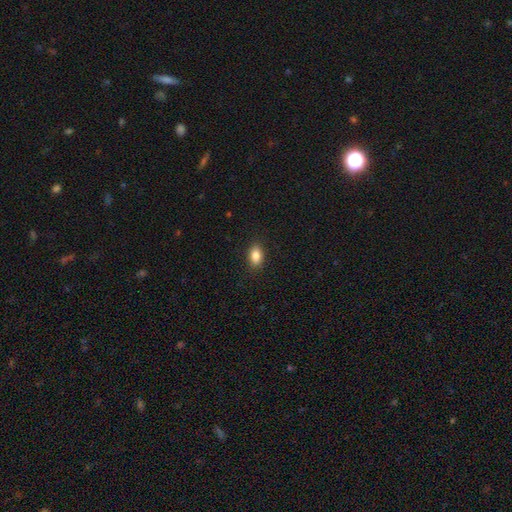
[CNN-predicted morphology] smooth 86%, star or artifact 8%, featured or disk 6%. Down the decision tree: how rounded — in between (87%); merging — none (88%).